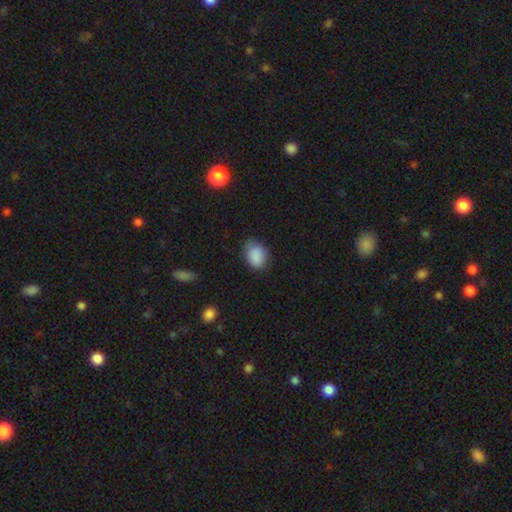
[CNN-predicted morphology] This appears to be a smooth galaxy with no disk features (87%) that is in between round and cigar-shaped (68%). Merging: none (70%).